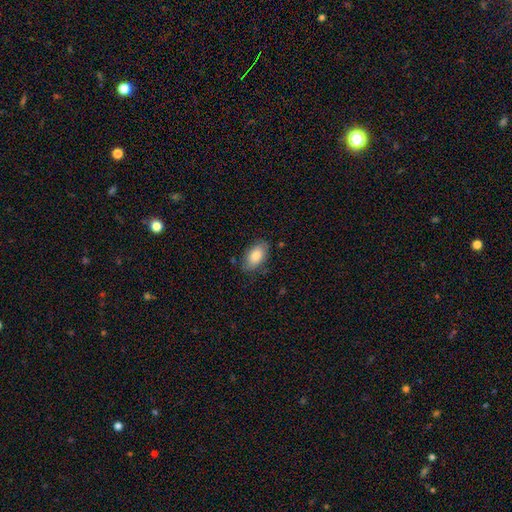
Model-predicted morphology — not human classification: The model was most divided on "merging": none: 79%, minor disturbance: 16%, major disturbance: 4%, merger: 1%. More confident: how rounded — in between (93%); smooth or featured — smooth (83%).